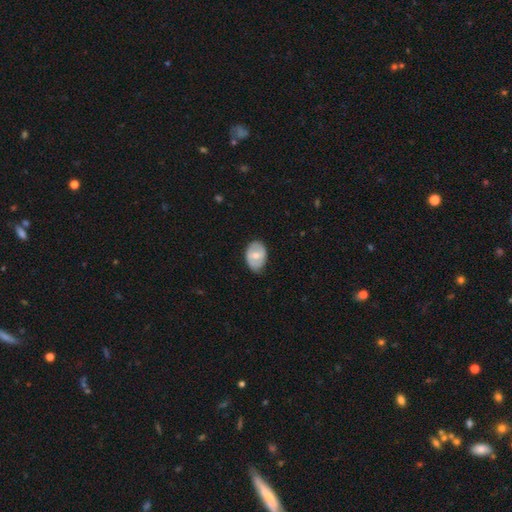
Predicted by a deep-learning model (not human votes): Overall: smooth (52%; featured or disk 42%). How rounded: in between (78%). Merging: none (73%).